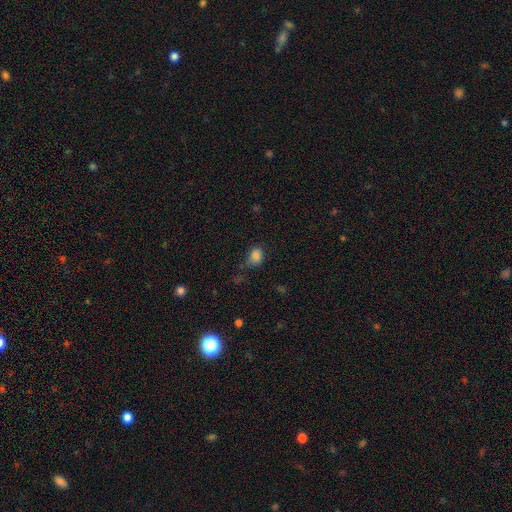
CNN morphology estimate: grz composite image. It shows a smooth galaxy with no disk features (82%) that is in between round and cigar-shaped (60%). Merging: none (48%).